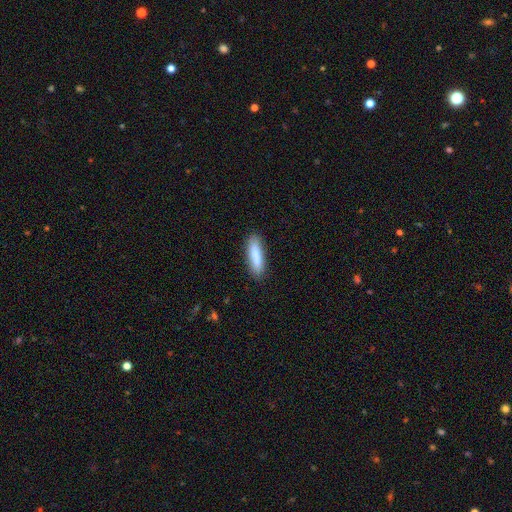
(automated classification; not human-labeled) Smooth or featured: smooth — 84% (featured or disk — 9%)
How rounded: cigar-shaped — 67% (in between — 32%)
Merging: none — 86% (minor disturbance — 11%)